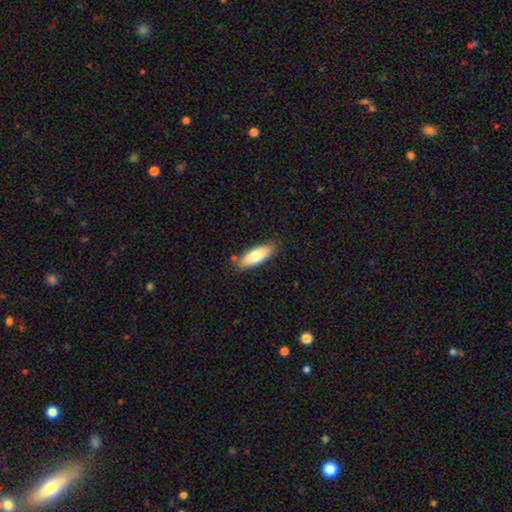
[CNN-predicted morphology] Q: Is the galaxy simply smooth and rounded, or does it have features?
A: smooth — 76%.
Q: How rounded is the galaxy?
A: in between — 63%.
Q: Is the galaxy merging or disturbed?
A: none — 83%.